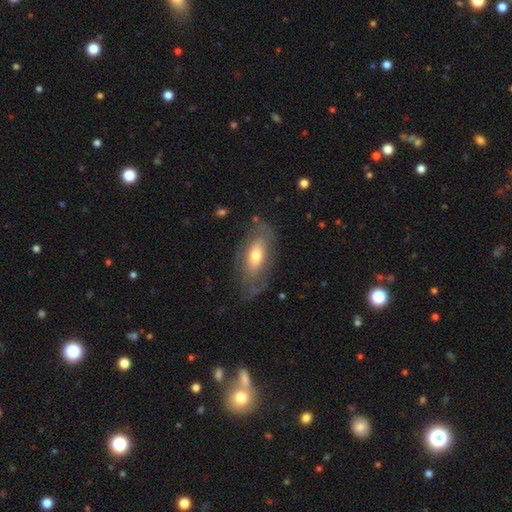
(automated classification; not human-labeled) smooth_or_featured: featured or disk (p=0.49) [alt: smooth p=0.45]
merging: none (p=0.65) [alt: minor disturbance p=0.22]